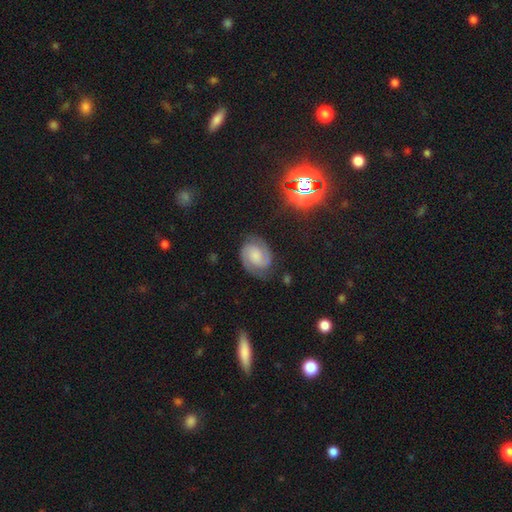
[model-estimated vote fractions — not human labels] Overall: featured or disk (73%). Edge-on disk: no (98%). Bar: no (55%; weak 35%). Spiral arms: yes (95%). Spiral arm count: 2 (88%). Spiral winding: tight (47%; medium 42%). Bulge size: small (29%; none 28%). Merging: none (75%).